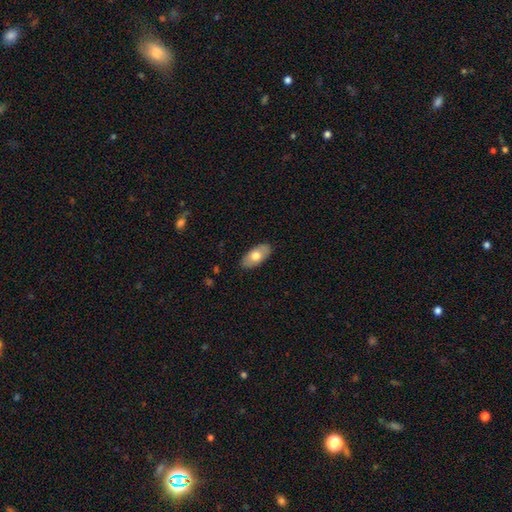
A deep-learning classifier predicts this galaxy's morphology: The model was most divided on "smooth or featured": smooth: 69%, featured or disk: 26%, star or artifact: 6%. More confident: how rounded — in between (93%); merging — none (86%).